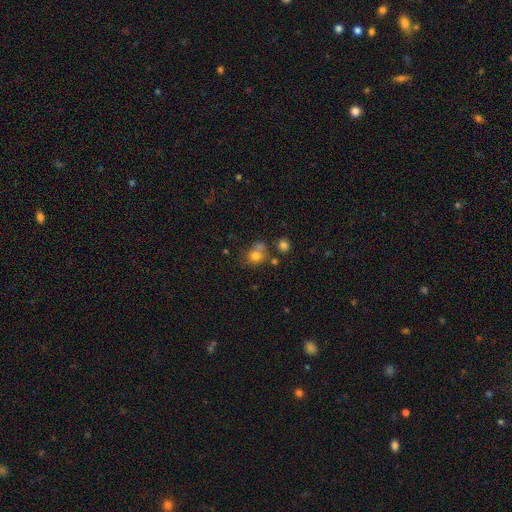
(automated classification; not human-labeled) A smooth galaxy with no disk features (75%) that is round (72%). Merging: none (49%).